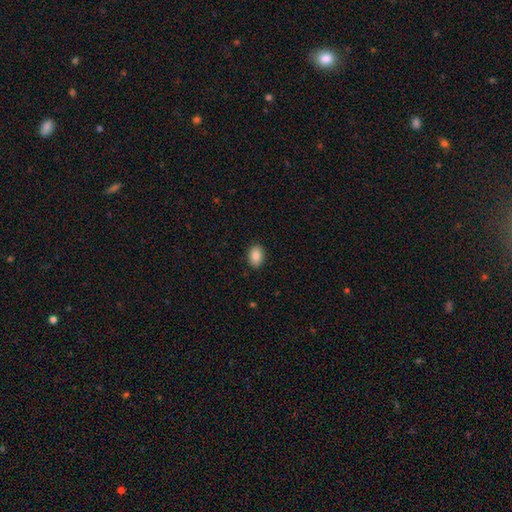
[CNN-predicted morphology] This appears to be a smooth galaxy with no disk features (86%) that is in between round and cigar-shaped (85%). Merging: none (89%).